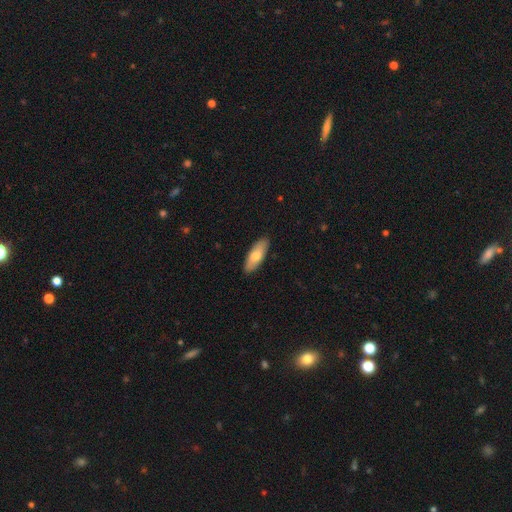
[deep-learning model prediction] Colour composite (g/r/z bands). It shows a smooth galaxy with no disk features (74%) that is in between round and cigar-shaped (71%). Merging: none (90%).